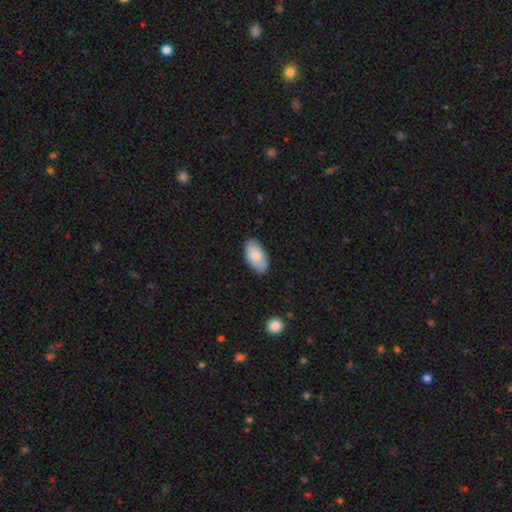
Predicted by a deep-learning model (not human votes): Smooth or featured?
  - smooth: 83% *
  - featured or disk: 11%
  - star or artifact: 6%
How rounded?
  - in between: 95% *
  - cigar-shaped: 2%
  - round: 2%
Merging?
  - none: 84% *
  - minor disturbance: 13%
  - major disturbance: 2%
  - merger: 1%